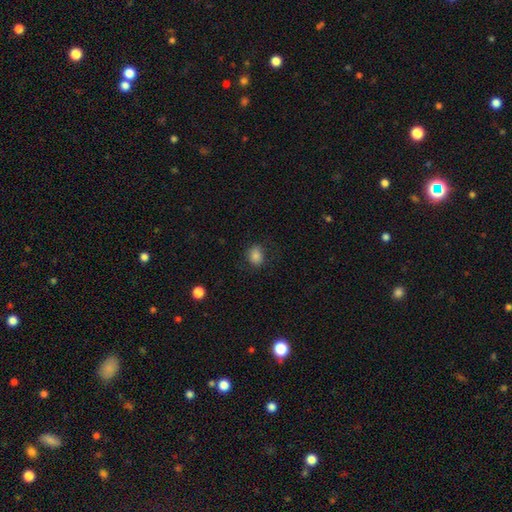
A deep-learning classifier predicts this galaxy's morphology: Smooth or featured? smooth (85%)
How rounded? round (51%)
Merging? none (80%)